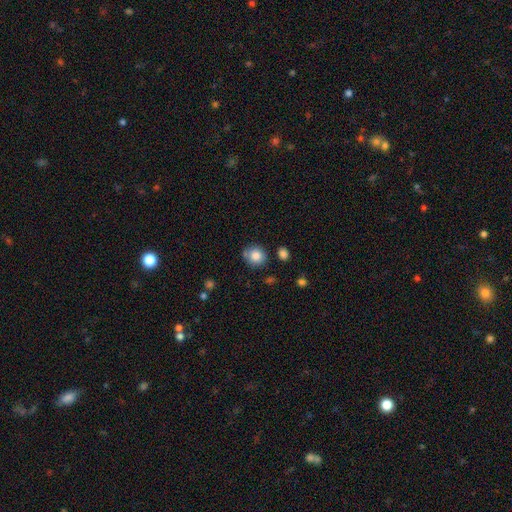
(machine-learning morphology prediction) Smooth or featured? Predicted: smooth (p=0.84). How rounded? Predicted: round (p=0.80). Merging? Predicted: none (p=0.71).